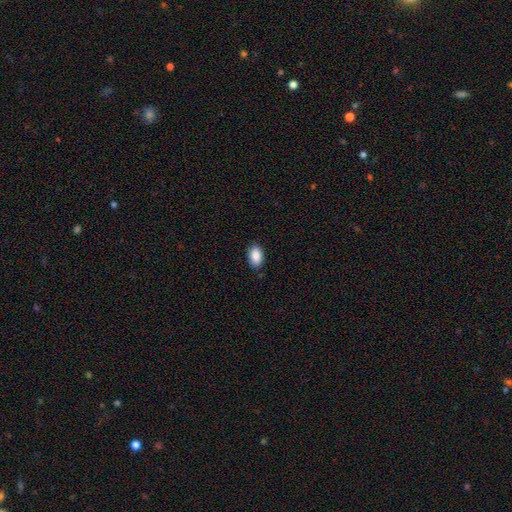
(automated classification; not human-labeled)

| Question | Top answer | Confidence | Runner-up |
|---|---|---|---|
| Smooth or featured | smooth | 89% | star or artifact (7%) |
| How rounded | in between | 92% | round (7%) |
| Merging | none | 86% | minor disturbance (11%) |